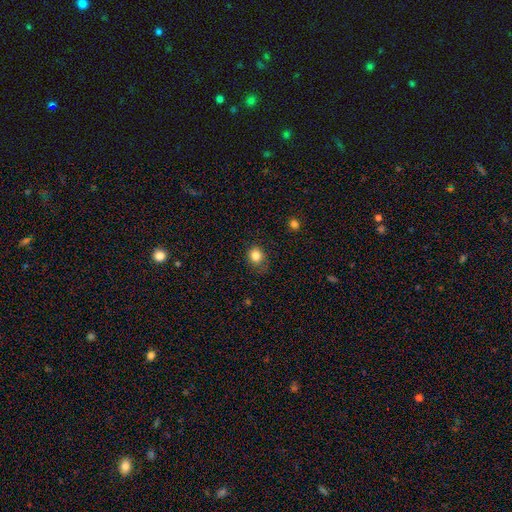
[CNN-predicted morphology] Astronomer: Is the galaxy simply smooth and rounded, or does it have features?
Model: smooth — 83%.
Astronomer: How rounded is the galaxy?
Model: round — 68%.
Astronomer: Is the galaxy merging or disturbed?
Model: none — 69%.